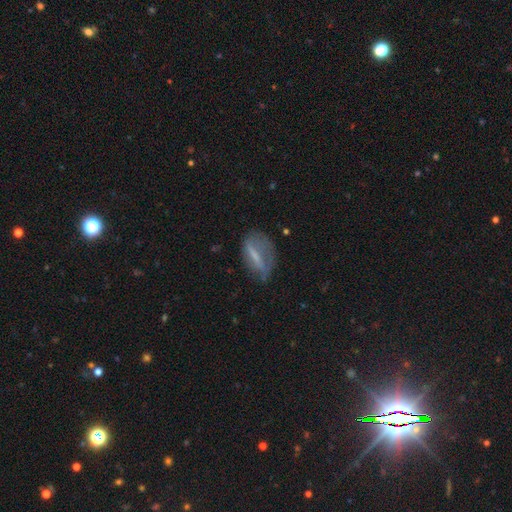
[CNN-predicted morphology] type=featured or disk (47%); merging=none (53%).